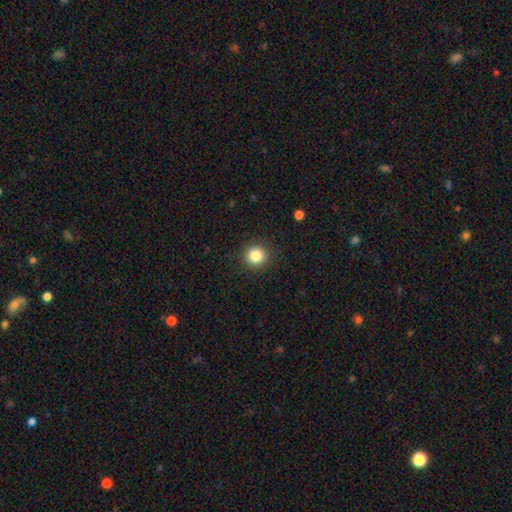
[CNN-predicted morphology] smooth_or_featured: smooth (p=0.84) [alt: star or artifact p=0.11]
how_rounded: round (p=0.93) [alt: in between p=0.06]
merging: none (p=0.91) [alt: minor disturbance p=0.06]